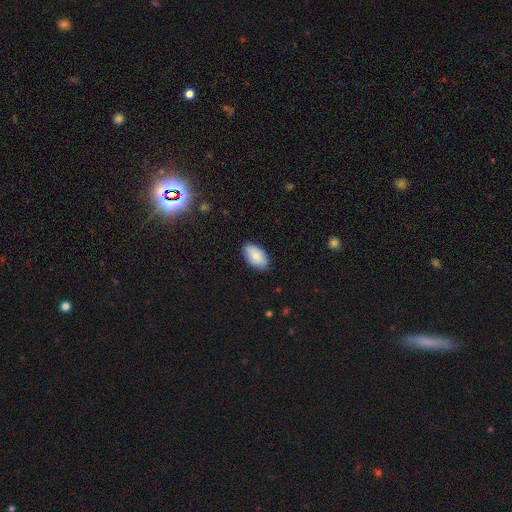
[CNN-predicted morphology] smooth 87%, featured or disk 7%, star or artifact 6%. Down the decision tree: how rounded — in between (95%); merging — none (86%).